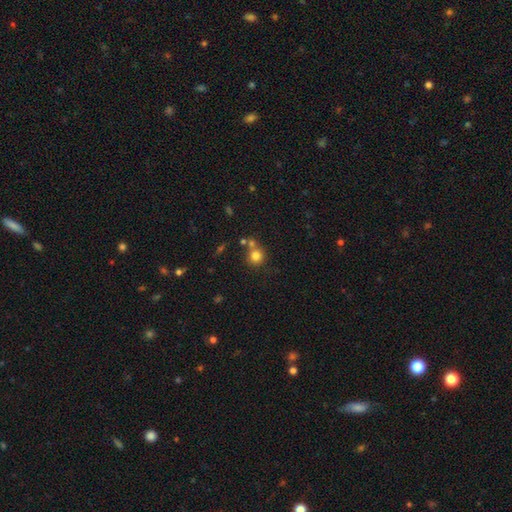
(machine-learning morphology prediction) smooth_or_featured: smooth (p=0.79) [alt: star or artifact p=0.13]
how_rounded: round (p=0.90) [alt: in between p=0.09]
merging: none (p=0.62) [alt: merger p=0.24]